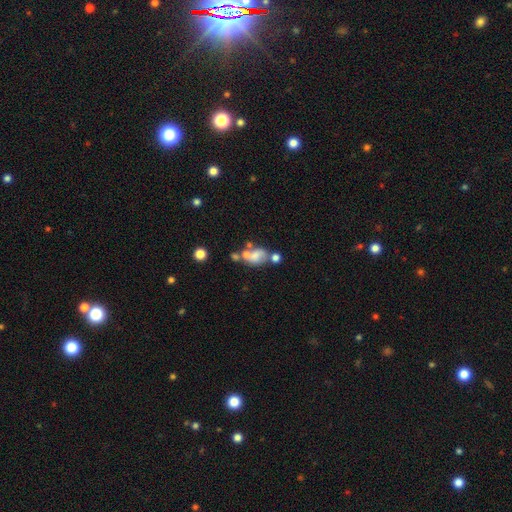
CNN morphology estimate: Overall: smooth (54%; featured or disk 33%). How rounded: in between (74%). Merging: merger (42%; none 29%).